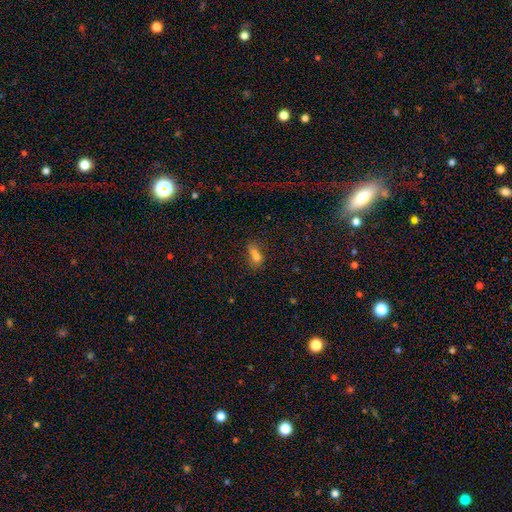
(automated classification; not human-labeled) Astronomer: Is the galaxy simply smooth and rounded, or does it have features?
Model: smooth — 66%.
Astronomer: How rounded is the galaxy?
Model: in between — 64%.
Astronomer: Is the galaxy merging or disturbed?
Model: none — 37% (runner-up: merger, 25%).